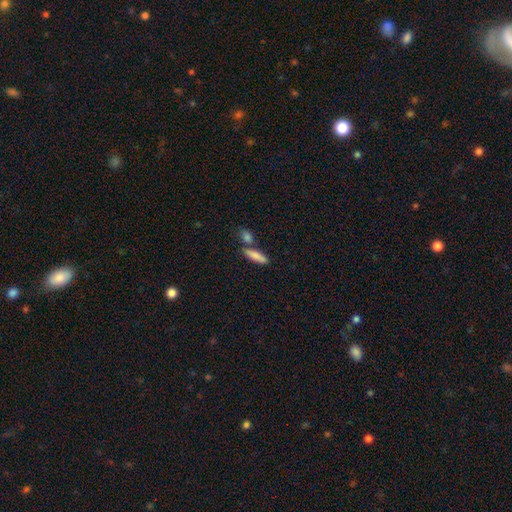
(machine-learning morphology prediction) Smooth or featured?
  - smooth: 83% *
  - featured or disk: 11%
  - star or artifact: 7%
How rounded?
  - cigar-shaped: 58% *
  - in between: 39%
  - round: 3%
Merging?
  - none: 63% *
  - merger: 23%
  - minor disturbance: 11%
  - major disturbance: 3%